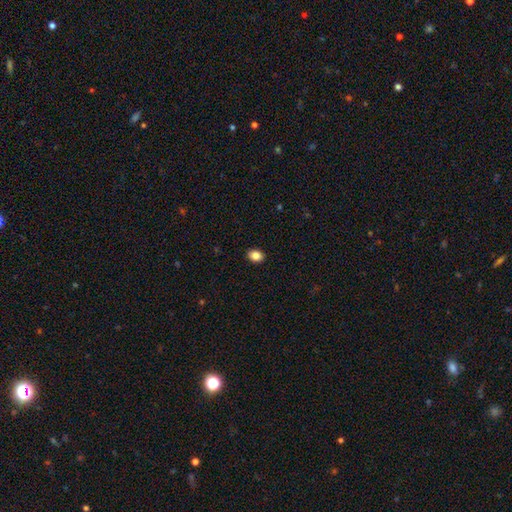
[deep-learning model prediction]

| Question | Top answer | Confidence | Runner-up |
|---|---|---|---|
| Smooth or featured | smooth | 85% | star or artifact (9%) |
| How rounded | in between | 69% | round (30%) |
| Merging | none | 90% | minor disturbance (8%) |